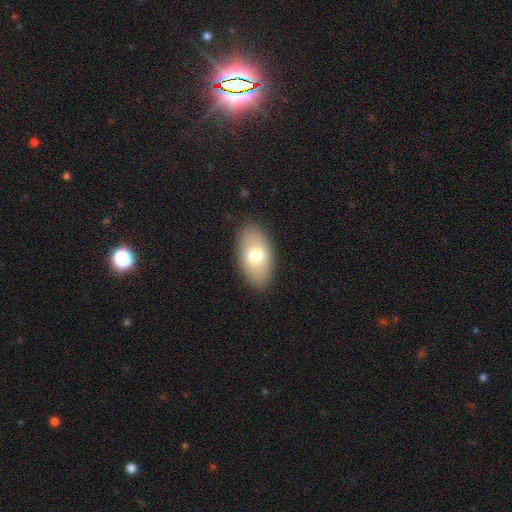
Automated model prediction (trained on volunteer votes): The model was most divided on "smooth or featured": smooth: 72%, featured or disk: 21%, star or artifact: 7%. More confident: how rounded — in between (92%); merging — none (86%).